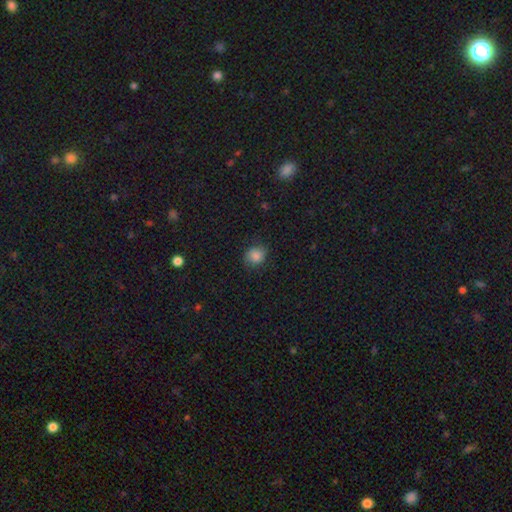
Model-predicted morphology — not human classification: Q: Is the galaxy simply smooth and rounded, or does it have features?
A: smooth — 79%.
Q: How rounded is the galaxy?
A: round — 66%.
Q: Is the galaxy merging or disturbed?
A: none — 74%.